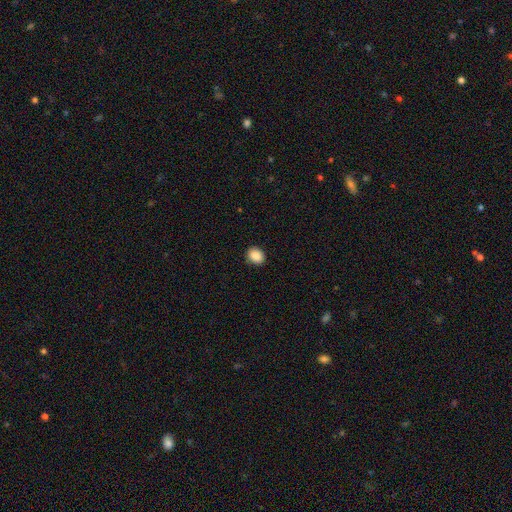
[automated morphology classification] A smooth galaxy with no disk features (89%) that is round (52%).

Vote fractions:
- Smooth or featured? smooth: 89% / star or artifact: 8% / featured or disk: 3%
- How rounded? round: 52% / in between: 47% / cigar-shaped: 1%
- Merging? none: 90% / minor disturbance: 7% / major disturbance: 2% / merger: 1%